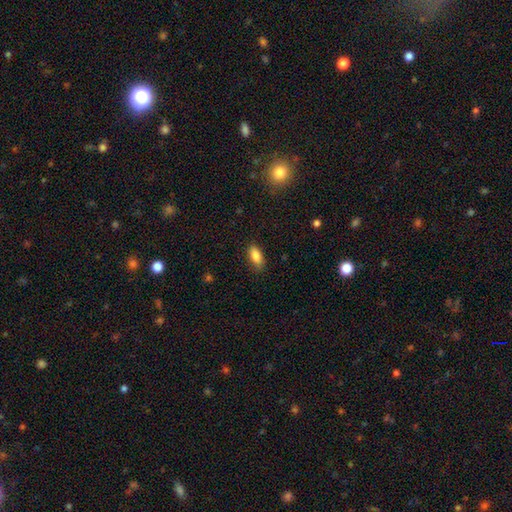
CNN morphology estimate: smooth 86%, star or artifact 8%, featured or disk 6%. Down the decision tree: how rounded — in between (86%); merging — none (83%).